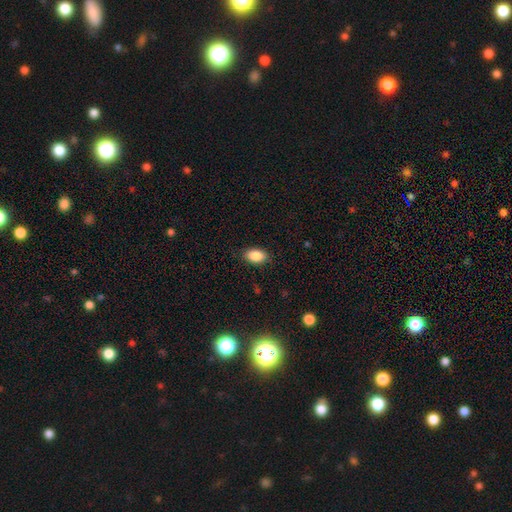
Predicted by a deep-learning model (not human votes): A smooth galaxy with no disk features (88%) that is in between round and cigar-shaped (91%). Merging: none (87%).